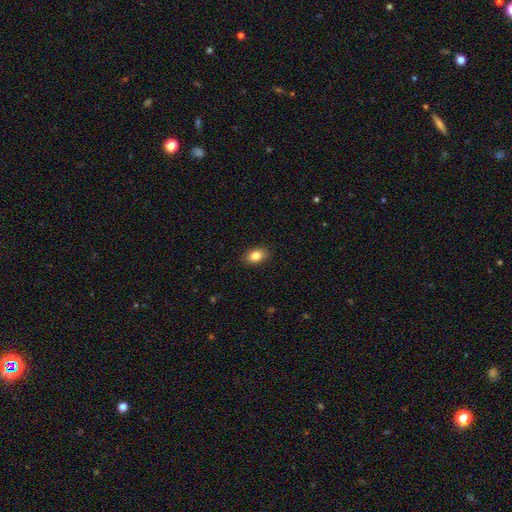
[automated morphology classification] Smooth or featured? smooth (85%)
How rounded? in between (83%)
Merging? none (89%)